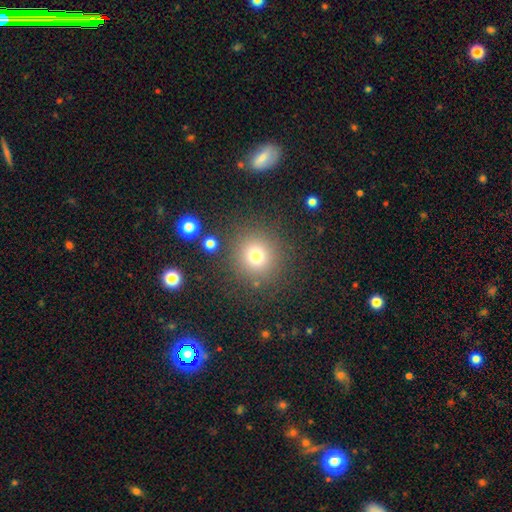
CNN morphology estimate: Smooth or featured? smooth (74%)
How rounded? round (92%)
Merging? none (86%)